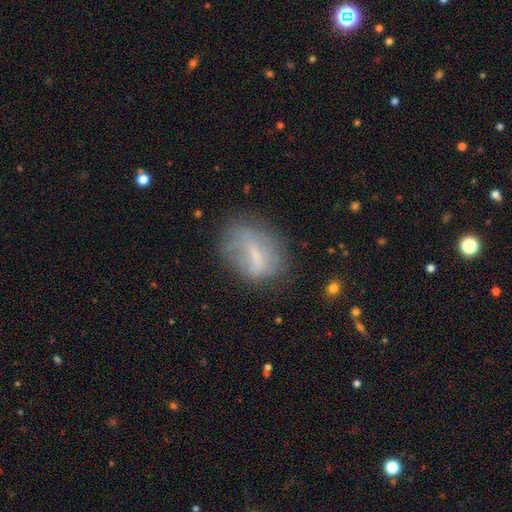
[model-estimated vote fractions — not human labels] A smooth galaxy with no disk features (47%). Merging: none (53%).